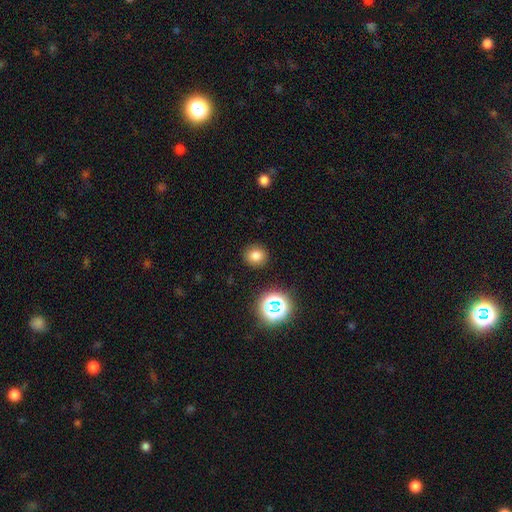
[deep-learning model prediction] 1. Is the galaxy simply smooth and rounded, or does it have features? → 76% smooth, 17% star or artifact, 7% featured or disk.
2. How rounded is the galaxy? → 81% round, 18% in between, 1% cigar-shaped.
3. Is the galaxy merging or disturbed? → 89% none, 7% minor disturbance, 2% major disturbance, 2% merger.